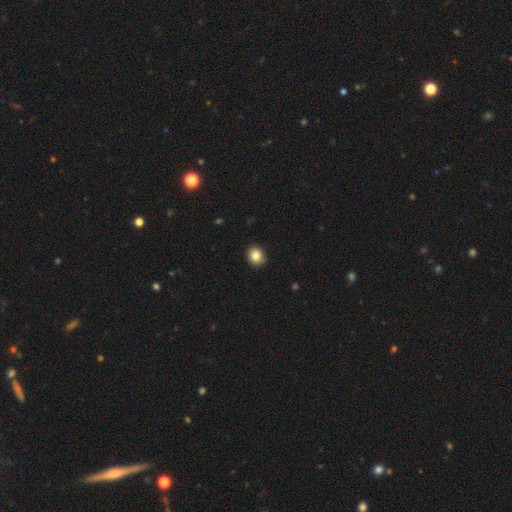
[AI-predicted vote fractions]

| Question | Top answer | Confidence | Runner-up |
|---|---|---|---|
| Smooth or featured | smooth | 85% | star or artifact (9%) |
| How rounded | round | 65% | in between (34%) |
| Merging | none | 91% | minor disturbance (6%) |